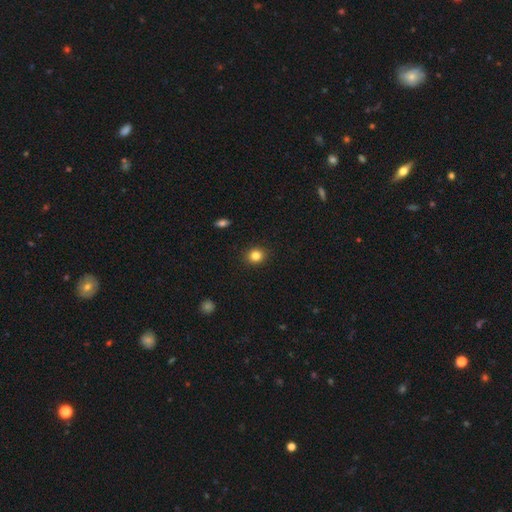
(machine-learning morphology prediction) This is clearly a smooth galaxy (84%). How rounded: likely round (78%). Merging: clearly none (91%).